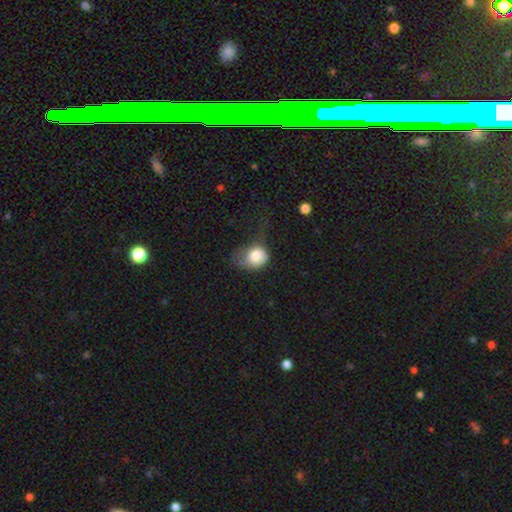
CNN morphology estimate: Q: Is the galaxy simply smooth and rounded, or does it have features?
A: smooth — 77%.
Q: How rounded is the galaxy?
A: in between — 54%.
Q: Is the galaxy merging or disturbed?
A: major disturbance — 47%.